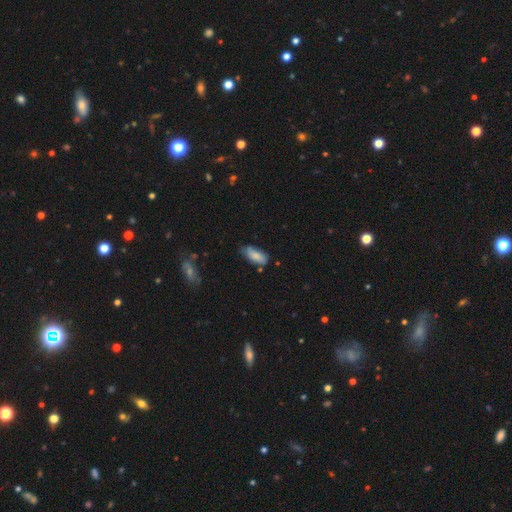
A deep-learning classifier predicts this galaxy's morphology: This is clearly a smooth galaxy (82%). How rounded: clearly in between (80%). Merging: likely none (65%).